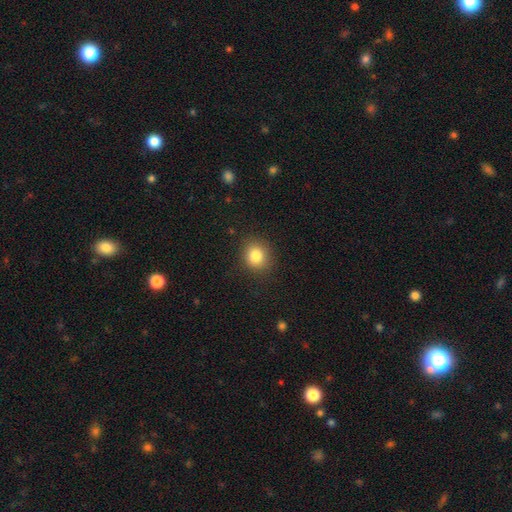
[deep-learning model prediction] Smooth or featured? Predicted: smooth (p=0.83). How rounded? Predicted: round (p=0.78). Merging? Predicted: none (p=0.87).